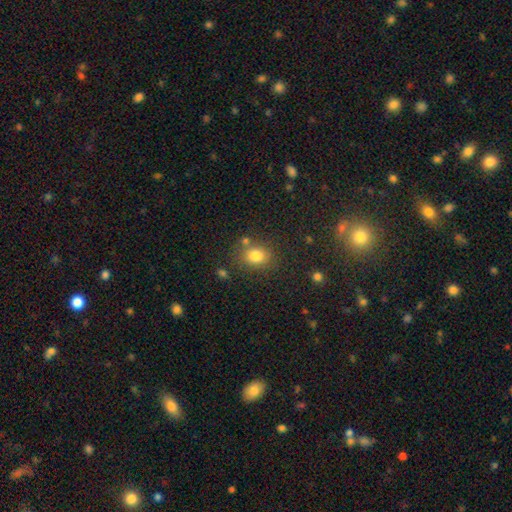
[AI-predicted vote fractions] A smooth galaxy with no disk features (80%) that is round (61%). Merging: none (72%).